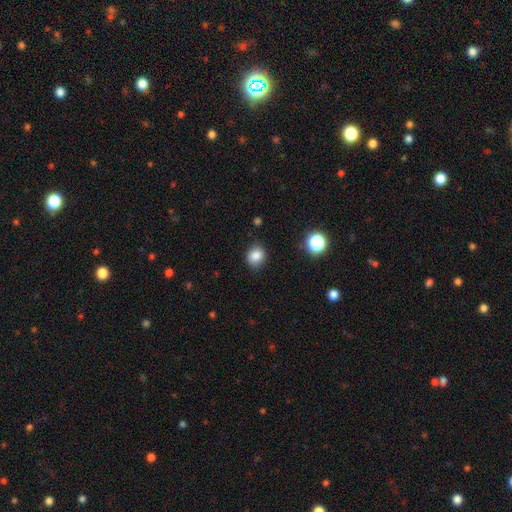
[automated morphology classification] The model was most divided on "how rounded": round: 69%, in between: 30%, cigar-shaped: 1%. More confident: smooth or featured — smooth (84%); merging — none (84%).